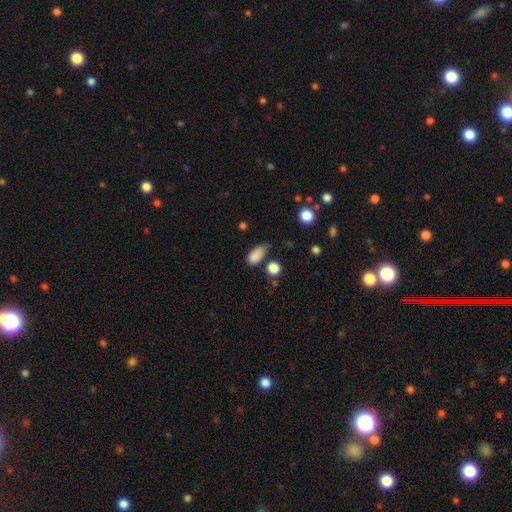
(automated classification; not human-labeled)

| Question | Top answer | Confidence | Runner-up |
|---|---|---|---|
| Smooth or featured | smooth | 85% | star or artifact (9%) |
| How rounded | in between | 87% | round (8%) |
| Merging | none | 52% | minor disturbance (32%) |